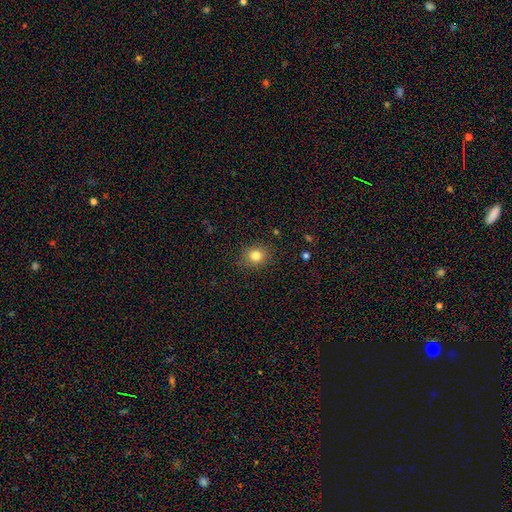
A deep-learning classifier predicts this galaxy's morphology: Smooth or featured? Predicted: smooth (p=0.81). How rounded? Predicted: round (p=0.72). Merging? Predicted: none (p=0.87).